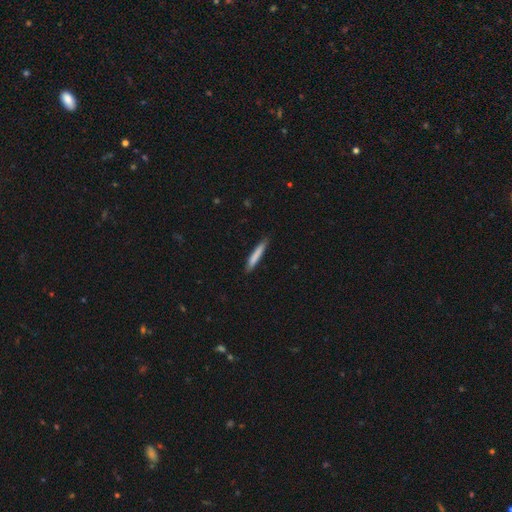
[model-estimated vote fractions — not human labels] This is likely a smooth galaxy (79%). How rounded: clearly cigar-shaped (95%). Merging: clearly none (86%).